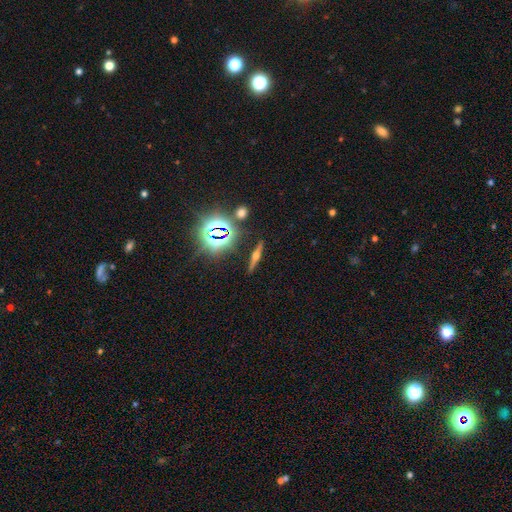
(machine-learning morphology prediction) type=featured or disk (59%); edge-on=yes (95%); edge-on bulge=rounded (92%); merging=none (88%).